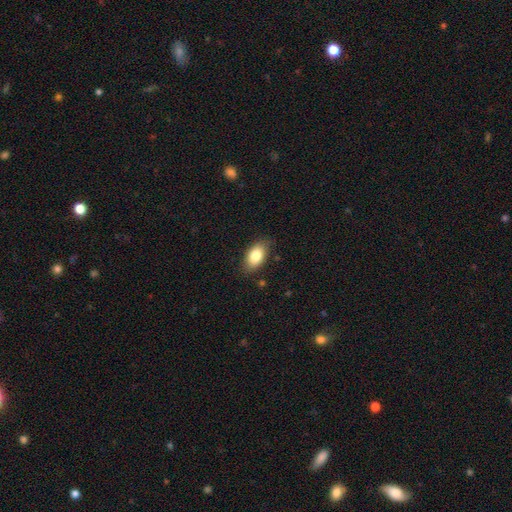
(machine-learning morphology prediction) Smooth or featured? smooth (83%)
How rounded? in between (92%)
Merging? none (82%)